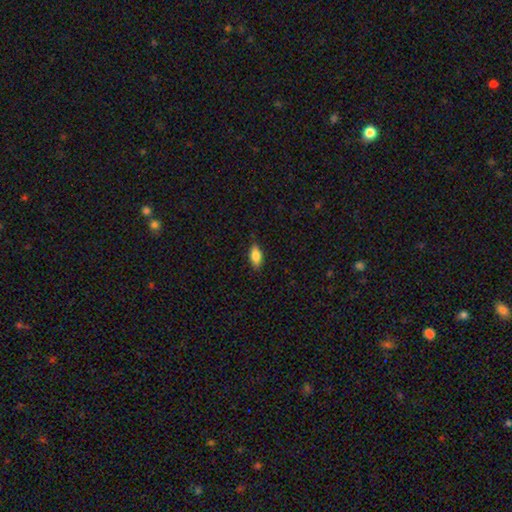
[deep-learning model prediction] Morphology: type=smooth (80%); roundness=in between (84%); merging=none (84%).